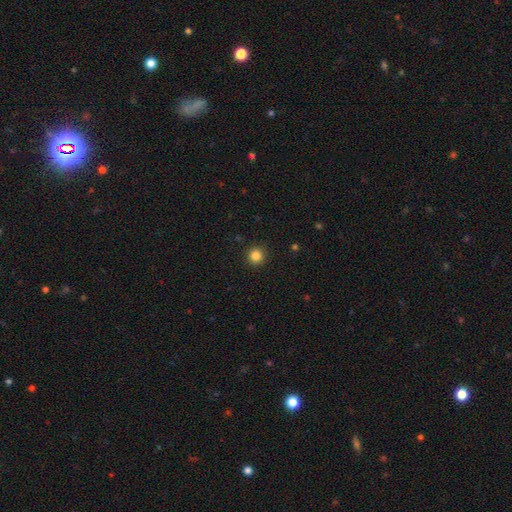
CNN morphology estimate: Overall: smooth (84%). How rounded: round (95%). Merging: none (92%).